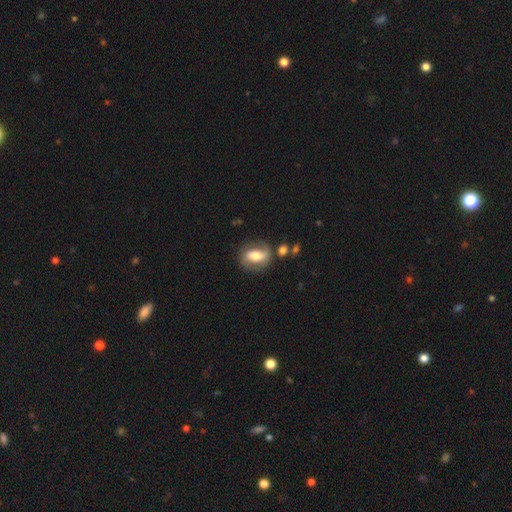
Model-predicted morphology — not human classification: smooth_or_featured: featured or disk (p=0.54) [alt: smooth p=0.39]
disk_edge_on: no (p=0.92) [alt: yes p=0.08]
merging: none (p=0.68) [alt: minor disturbance p=0.18]